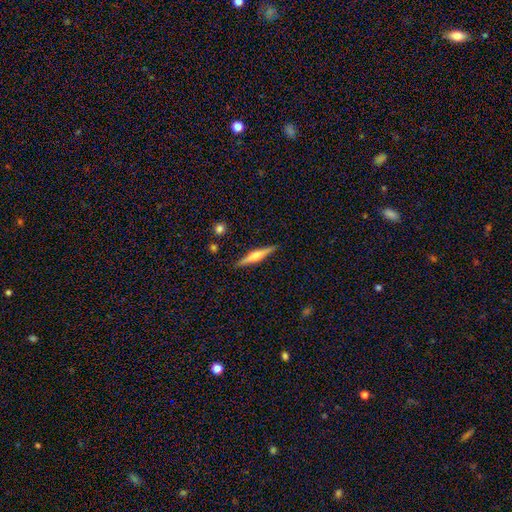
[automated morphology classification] Smooth or featured?
  - featured or disk: 67% *
  - smooth: 27%
  - star or artifact: 6%
Edge-on disk?
  - yes: 98% *
  - no: 2%
Edge-on bulge?
  - rounded: 87% *
  - boxy: 8%
  - none: 5%
Merging?
  - none: 90% *
  - minor disturbance: 7%
  - major disturbance: 2%
  - merger: 1%